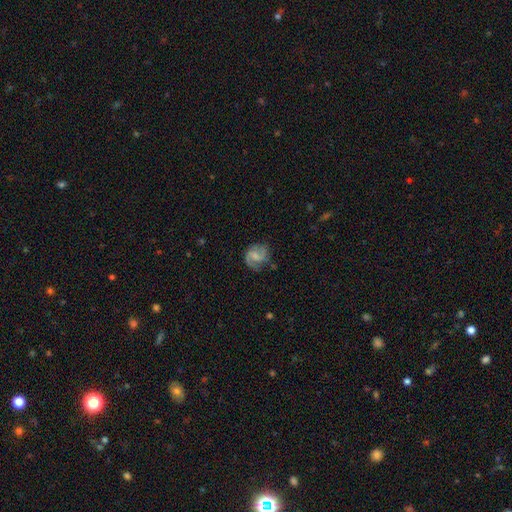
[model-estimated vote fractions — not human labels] This is likely a featured or disk galaxy (71%). It is clearly not viewed edge-on (98%). Bar: possibly weak (53%). Spiral arm pattern: clearly yes (93%). Spiral arm count: clearly 2 (82%). Spiral winding: possibly medium (49%). Central bulge: marginally small (41%). Merging: likely none (67%).